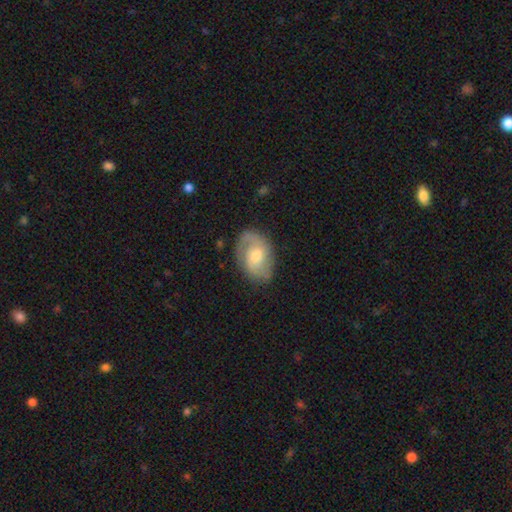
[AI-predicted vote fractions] A featured or disk galaxy (69%) with no bar (59%), 2 (77%) medium (46%) spiral arms (89%) and a moderate central bulge (59%).

Vote fractions:
- Smooth or featured? featured or disk: 69% / smooth: 25% / star or artifact: 6%
- Edge-on disk? no: 97% / yes: 3%
- Bar? no: 59% / weak: 35% / strong: 6%
- Spiral arms? yes: 89% / no: 11%
- Spiral winding? medium: 46% / tight: 34% / loose: 20%
- Spiral arm count? 2: 77% / can't tell: 10% / 1: 9% / 3: 2% / 4: 1% / more than 4: 1%
- Bulge size? moderate: 59% / small: 32% / large: 5% / none: 2% / dominant: 1%
- Merging? none: 75% / minor disturbance: 18% / major disturbance: 6% / merger: 1%